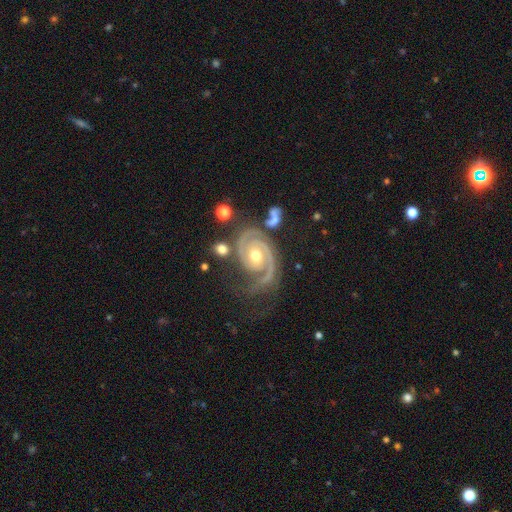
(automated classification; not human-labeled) This is clearly a featured or disk galaxy (93%). It is clearly not viewed edge-on (98%). Bar: likely no (68%). Spiral arm pattern: clearly yes (98%). Spiral arm count: clearly 2 (82%). Spiral winding: likely tight (66%). Central bulge: likely moderate (74%). Merging: possibly none (58%).